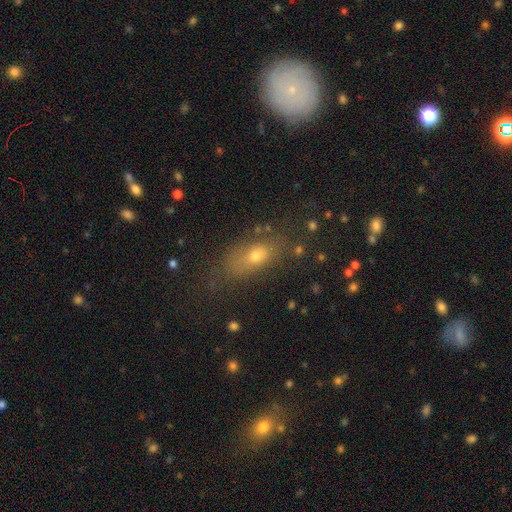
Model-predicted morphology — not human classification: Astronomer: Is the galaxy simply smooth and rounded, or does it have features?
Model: smooth — 67%.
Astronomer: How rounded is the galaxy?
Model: in between — 73%.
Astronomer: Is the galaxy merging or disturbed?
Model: none — 66%.